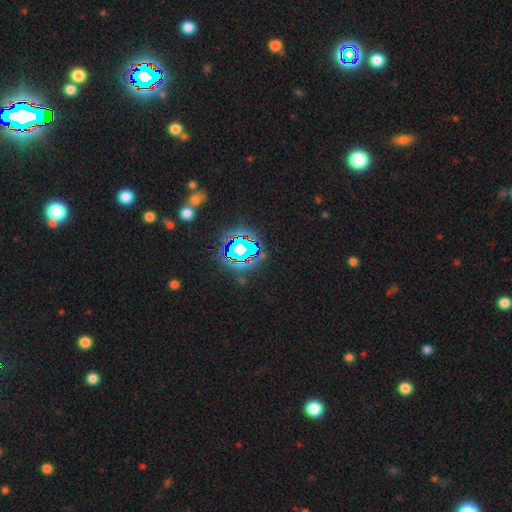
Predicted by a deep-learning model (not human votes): Smooth or featured: star or artifact — 82% (smooth — 11%)